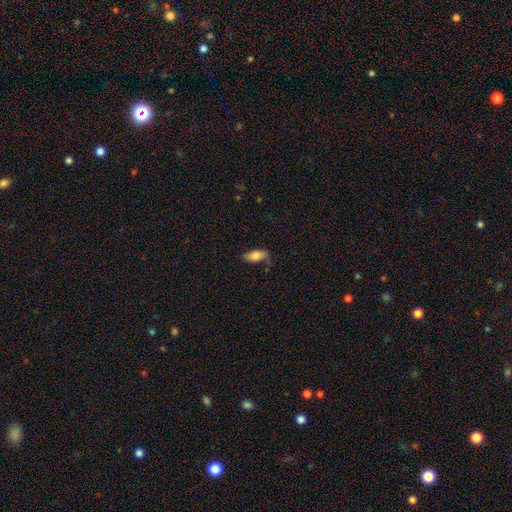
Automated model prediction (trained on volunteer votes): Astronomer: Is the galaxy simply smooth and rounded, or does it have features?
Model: smooth — 80%.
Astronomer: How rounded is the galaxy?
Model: in between — 86%.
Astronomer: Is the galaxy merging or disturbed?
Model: none — 67%.